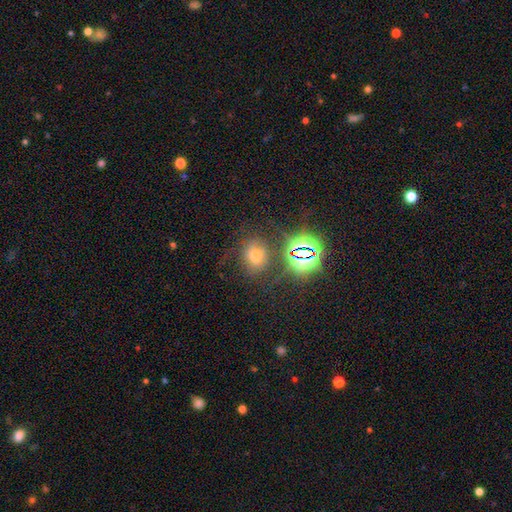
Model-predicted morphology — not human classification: Smooth or featured? smooth (52%)
How rounded? round (59%)
Merging? none (69%)